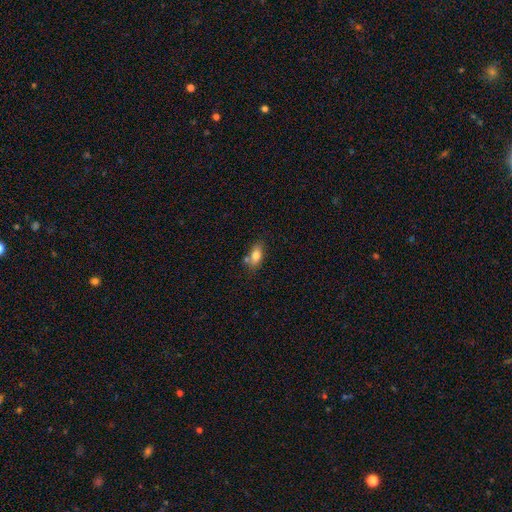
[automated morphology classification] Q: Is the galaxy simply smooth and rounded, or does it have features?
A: smooth — 79%.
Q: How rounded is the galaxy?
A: in between — 85%.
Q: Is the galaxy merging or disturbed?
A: none — 67%.